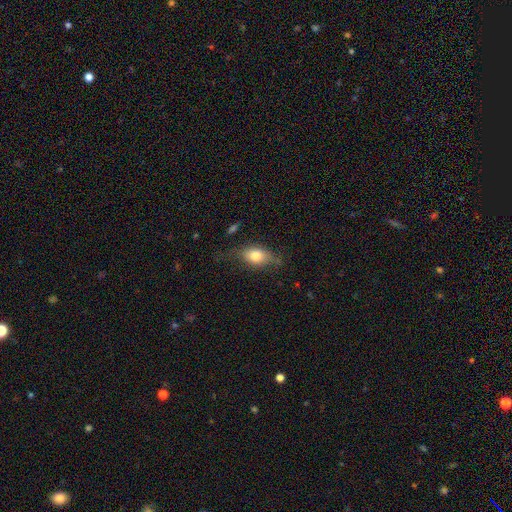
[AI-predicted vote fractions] This is likely a smooth galaxy (74%). How rounded: clearly in between (80%). Merging: possibly none (55%).